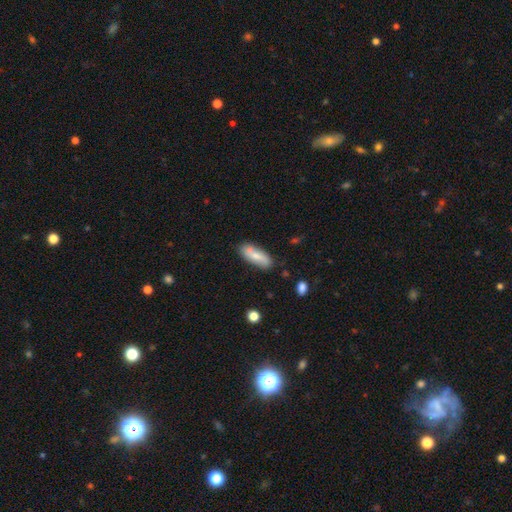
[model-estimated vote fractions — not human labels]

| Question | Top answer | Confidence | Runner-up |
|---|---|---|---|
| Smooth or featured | smooth | 67% | featured or disk (27%) |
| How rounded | in between | 67% | cigar-shaped (31%) |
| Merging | none | 76% | minor disturbance (15%) |